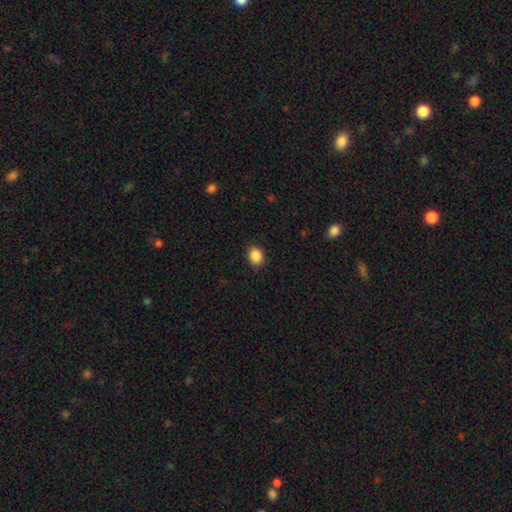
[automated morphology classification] A smooth galaxy with no disk features (87%) that is round (55%). Merging: none (87%).